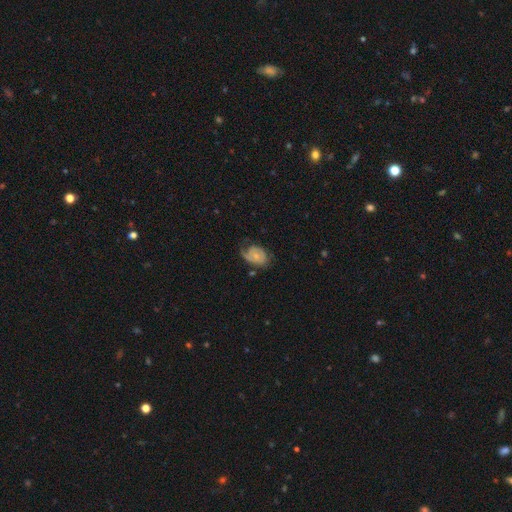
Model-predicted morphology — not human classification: featured or disk 66%, smooth 28%, star or artifact 7%. Down the decision tree: edge-on disk — no (97%); bar — no (75%); spiral arms — yes (86%); spiral arm count — 1 (43%); spiral winding — tight (45%); bulge size — small (62%); merging — none (44%).